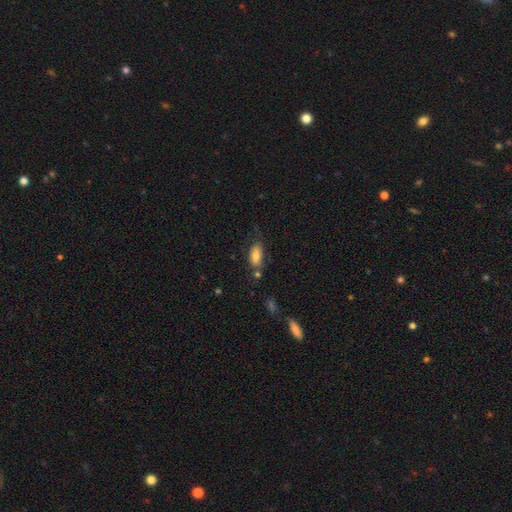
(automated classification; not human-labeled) A smooth galaxy with no disk features (78%) that is in between round and cigar-shaped (87%).

Vote fractions:
- Smooth or featured? smooth: 78% / featured or disk: 14% / star or artifact: 8%
- How rounded? in between: 87% / cigar-shaped: 10% / round: 3%
- Merging? none: 60% / minor disturbance: 22% / merger: 10% / major disturbance: 8%